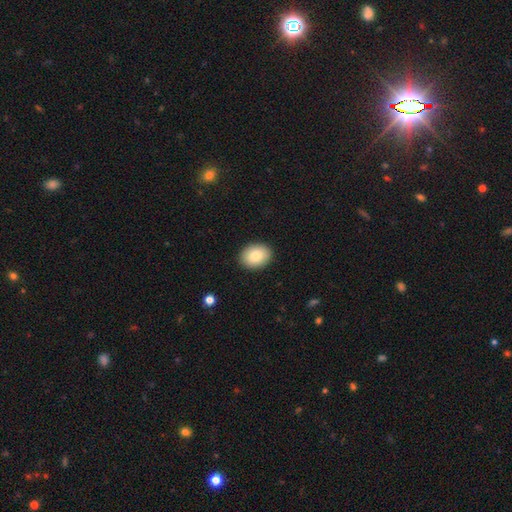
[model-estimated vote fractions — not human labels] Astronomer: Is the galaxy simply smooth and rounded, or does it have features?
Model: smooth — 84%.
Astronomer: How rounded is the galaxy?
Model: in between — 66%.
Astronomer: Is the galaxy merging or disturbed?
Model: none — 90%.